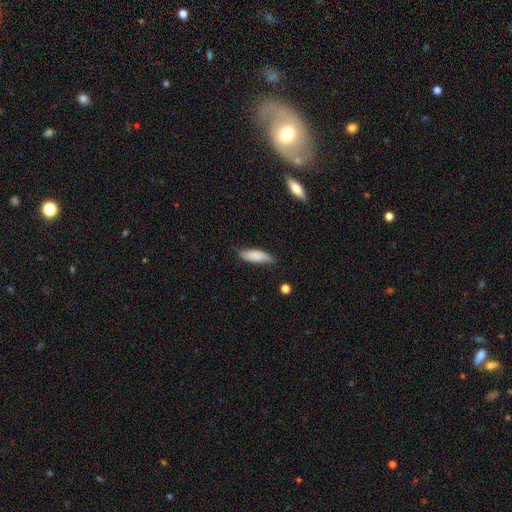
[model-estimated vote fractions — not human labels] Morphology: type=smooth (83%); roundness=in between (55%); merging=none (70%).